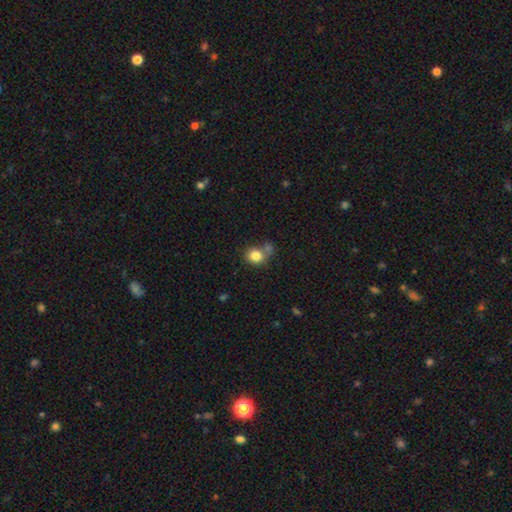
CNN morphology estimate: This is clearly a smooth galaxy (82%). How rounded: likely round (74%). Merging: possibly none (54%).